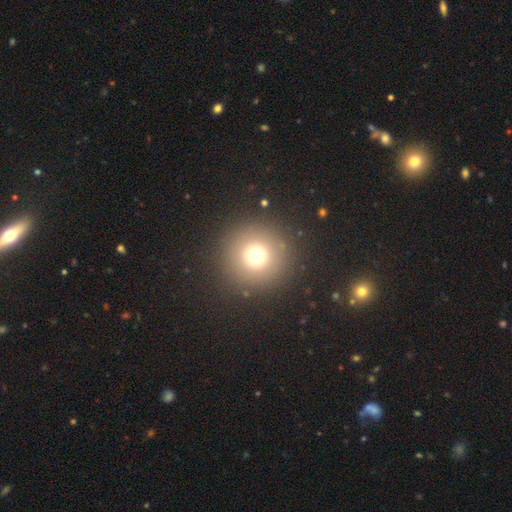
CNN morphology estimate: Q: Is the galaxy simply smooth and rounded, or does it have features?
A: smooth — 71%.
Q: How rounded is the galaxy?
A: round — 96%.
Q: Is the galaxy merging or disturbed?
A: none — 89%.